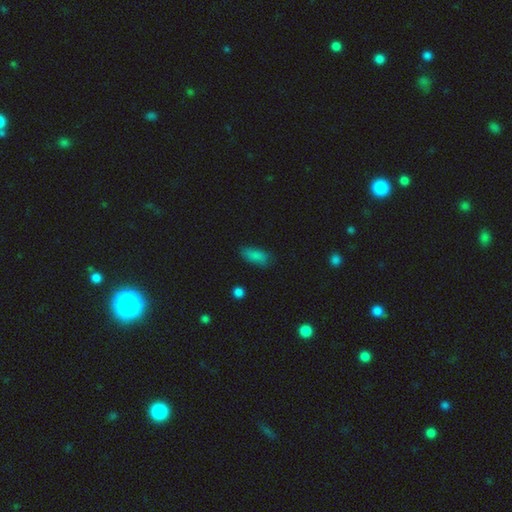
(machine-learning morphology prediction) Overall: smooth (84%). How rounded: in between (83%). Merging: none (76%).